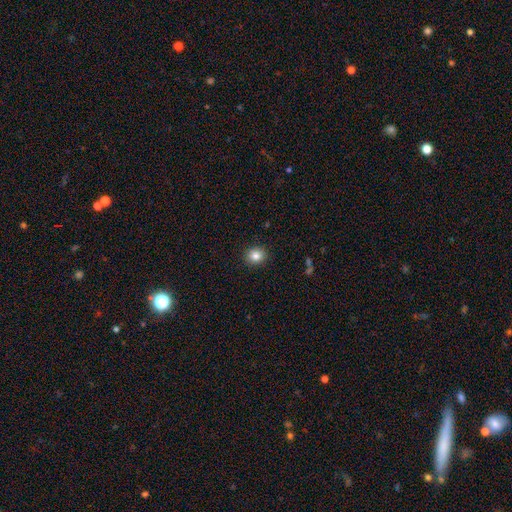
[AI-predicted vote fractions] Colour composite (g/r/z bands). It shows a smooth galaxy with no disk features (84%) that is round (78%). Merging: none (91%).